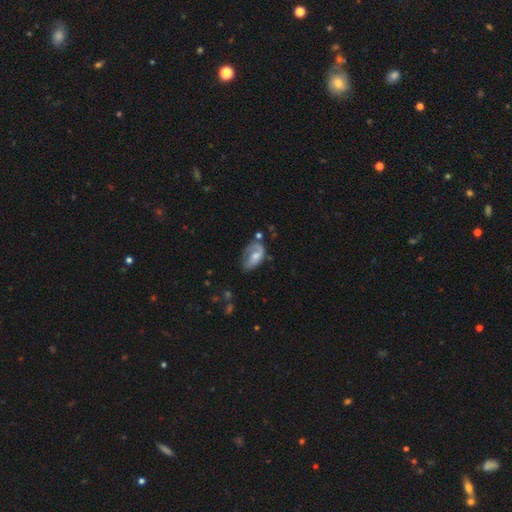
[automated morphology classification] Smooth or featured? Predicted: featured or disk (p=0.48). Merging? Predicted: none (p=0.36).